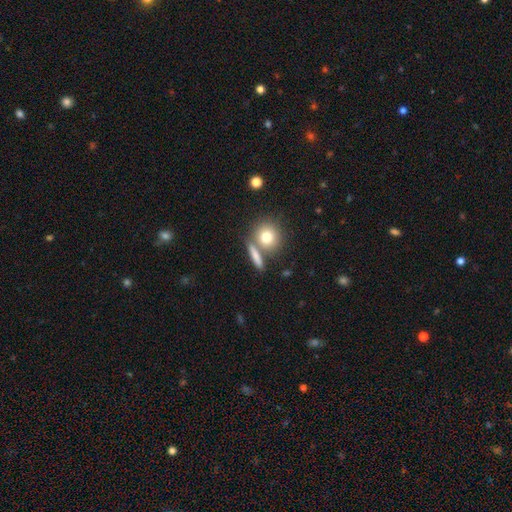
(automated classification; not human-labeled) A smooth galaxy with no disk features (76%) that is round (44%).

Vote fractions:
- Smooth or featured? smooth: 76% / featured or disk: 16% / star or artifact: 9%
- How rounded? round: 44% / cigar-shaped: 33% / in between: 23%
- Merging? none: 67% / merger: 19% / minor disturbance: 10% / major disturbance: 4%